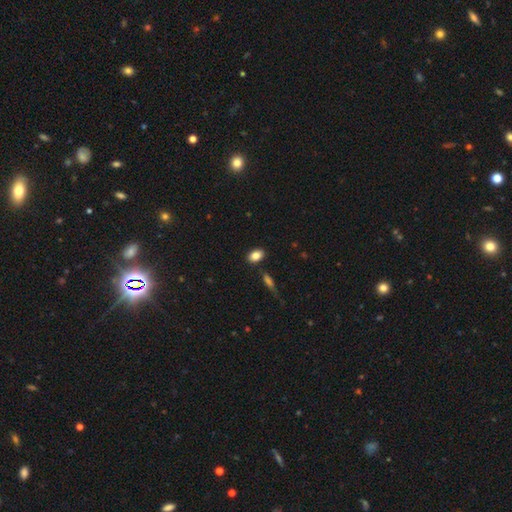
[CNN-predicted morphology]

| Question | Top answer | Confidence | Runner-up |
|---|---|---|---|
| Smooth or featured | smooth | 86% | star or artifact (8%) |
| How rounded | in between | 83% | round (14%) |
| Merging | none | 83% | minor disturbance (10%) |